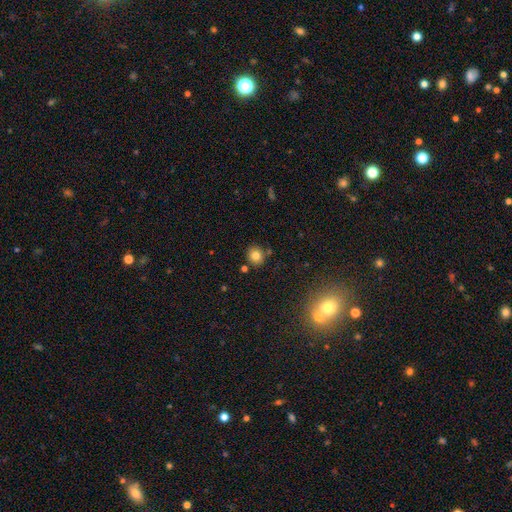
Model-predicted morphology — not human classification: Q: Smooth or featured?
A: smooth (79%); runner-up: star or artifact (12%)
Q: How rounded?
A: round (82%); runner-up: in between (17%)
Q: Merging?
A: none (82%); runner-up: minor disturbance (9%)